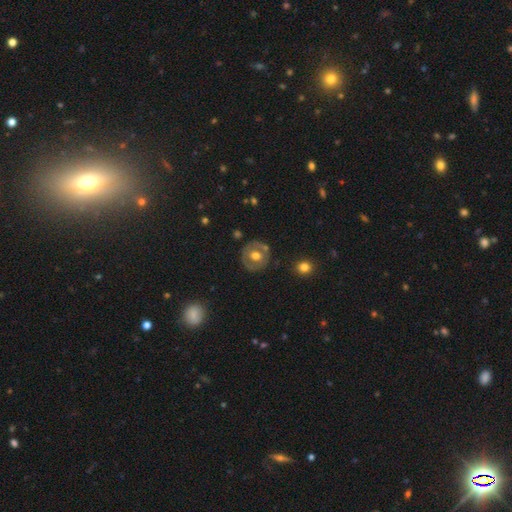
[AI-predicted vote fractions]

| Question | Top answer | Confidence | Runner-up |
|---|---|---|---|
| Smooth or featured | smooth | 46% | tied: featured or disk (46%) |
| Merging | none | 81% | minor disturbance (12%) |